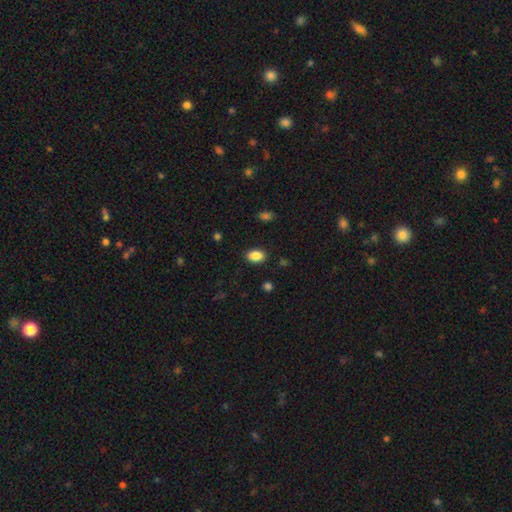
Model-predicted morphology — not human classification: Overall: smooth (88%). How rounded: in between (87%). Merging: none (88%).